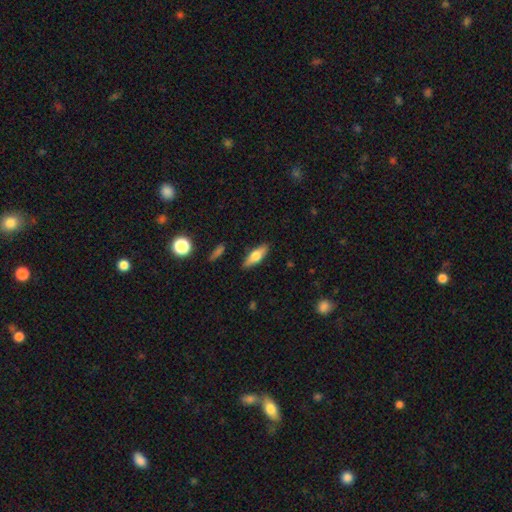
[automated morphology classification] Smooth or featured? Predicted: smooth (p=0.60). How rounded? Predicted: in between (p=0.57). Merging? Predicted: none (p=0.87).